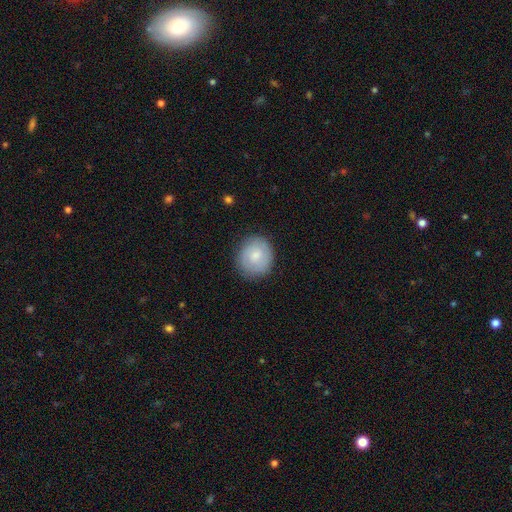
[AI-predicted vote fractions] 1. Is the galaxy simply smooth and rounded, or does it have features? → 68% smooth, 26% featured or disk, 6% star or artifact.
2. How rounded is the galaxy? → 83% round, 16% in between, 1% cigar-shaped.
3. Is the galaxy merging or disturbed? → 83% none, 12% minor disturbance, 3% major disturbance, 1% merger.